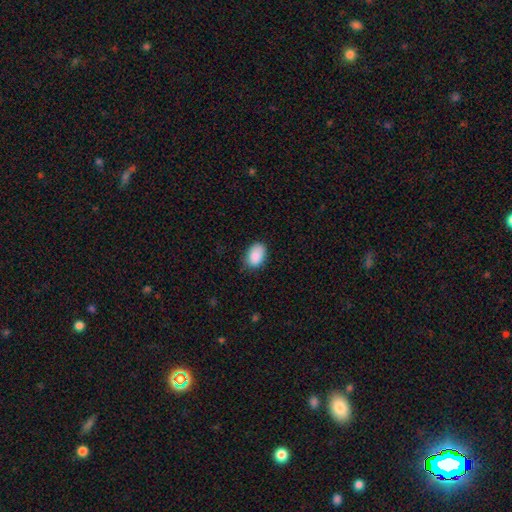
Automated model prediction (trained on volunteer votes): Smooth or featured? Predicted: smooth (p=0.89). How rounded? Predicted: in between (p=0.87). Merging? Predicted: none (p=0.75).